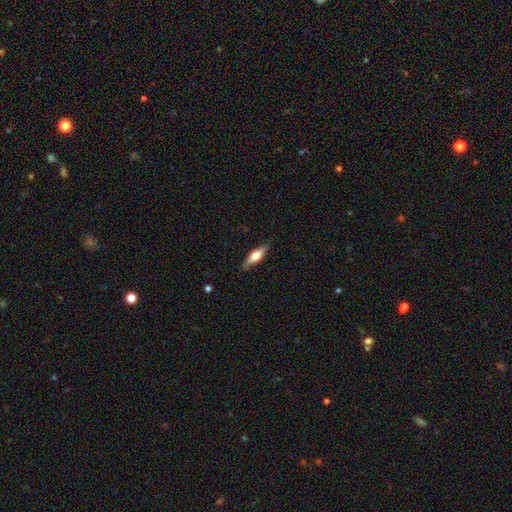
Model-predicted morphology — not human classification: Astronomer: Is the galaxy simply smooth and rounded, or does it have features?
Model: smooth — 57% (runner-up: featured or disk, 37%).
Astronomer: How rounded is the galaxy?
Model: cigar-shaped — 52% (runner-up: in between, 46%).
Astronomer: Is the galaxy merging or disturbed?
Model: none — 83%.